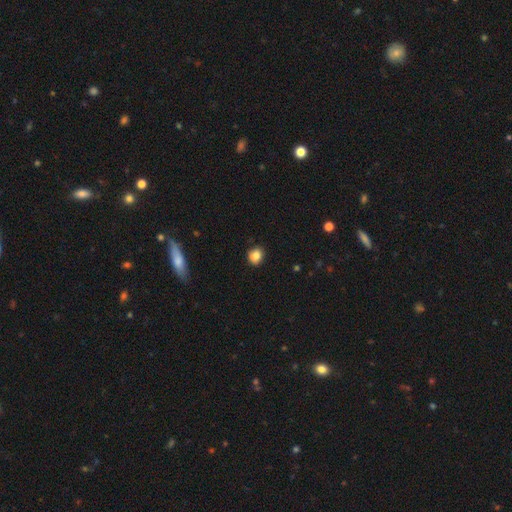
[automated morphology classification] This appears to be a smooth galaxy with no disk features (83%) that is round (72%). Merging: none (83%).